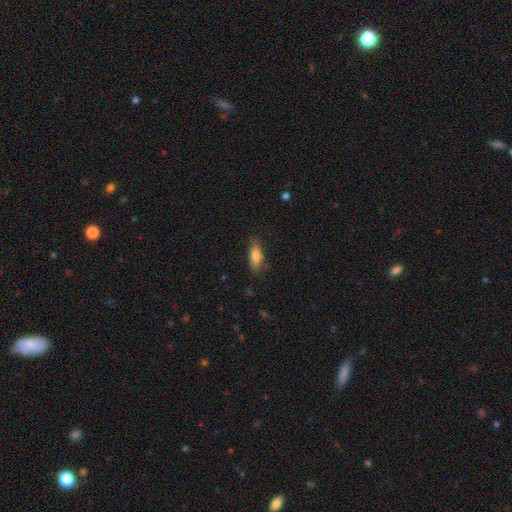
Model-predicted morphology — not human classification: Smooth or featured: smooth — 76% (featured or disk — 17%)
How rounded: in between — 58% (cigar-shaped — 40%)
Merging: none — 76% (minor disturbance — 18%)